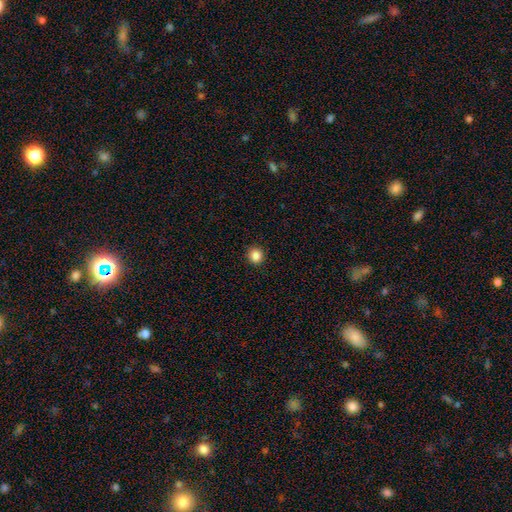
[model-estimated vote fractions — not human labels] smooth 86%, star or artifact 11%, featured or disk 4%. Down the decision tree: how rounded — round (93%); merging — none (92%).